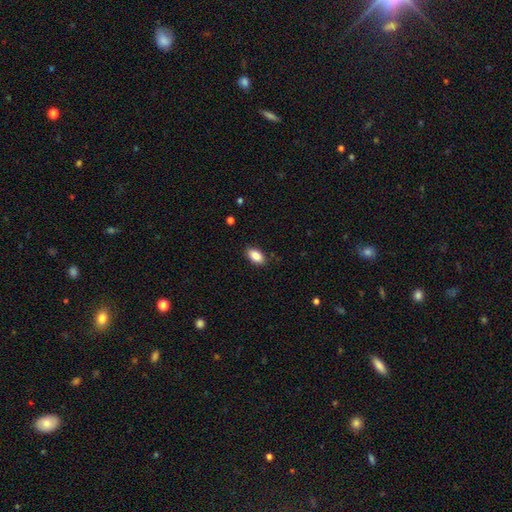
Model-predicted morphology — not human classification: This appears to be a smooth galaxy with no disk features (87%) that is in between round and cigar-shaped (93%). Merging: none (87%).